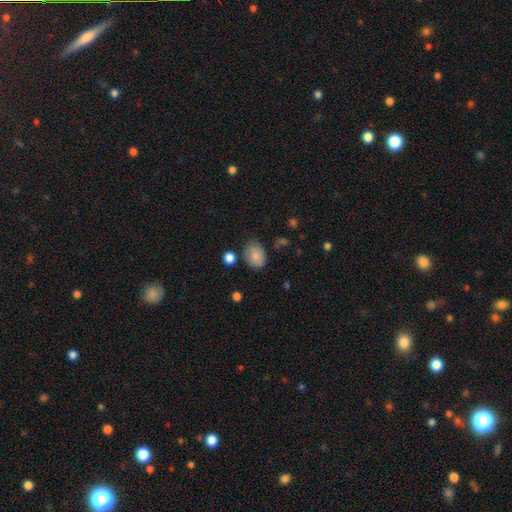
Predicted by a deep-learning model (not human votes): smooth_or_featured: smooth (p=0.82) [alt: featured or disk p=0.10]
how_rounded: in between (p=0.71) [alt: round p=0.28]
merging: none (p=0.68) [alt: minor disturbance p=0.23]